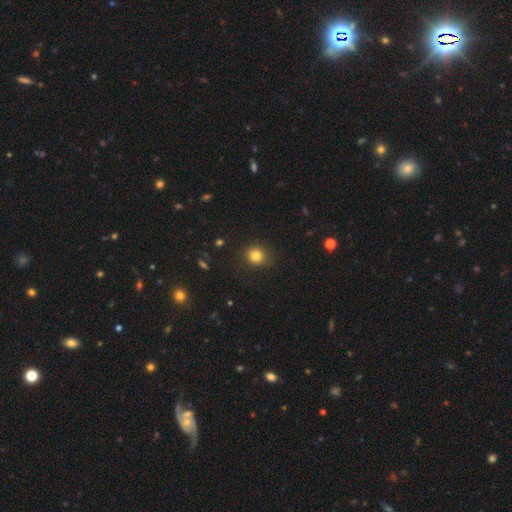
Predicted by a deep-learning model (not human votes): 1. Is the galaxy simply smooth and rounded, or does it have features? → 81% smooth, 13% star or artifact, 6% featured or disk.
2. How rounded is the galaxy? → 82% round, 17% in between, 1% cigar-shaped.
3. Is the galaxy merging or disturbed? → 87% none, 10% minor disturbance, 3% major disturbance, 1% merger.